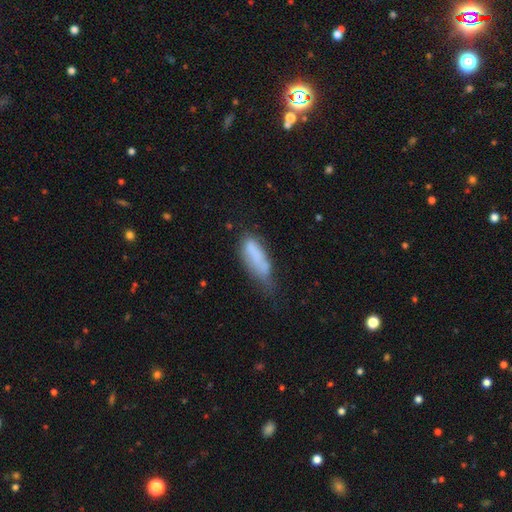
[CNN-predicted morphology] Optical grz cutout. It shows a smooth galaxy with no disk features (71%) that is in between round and cigar-shaped (56%). Merging: minor disturbance (38%).